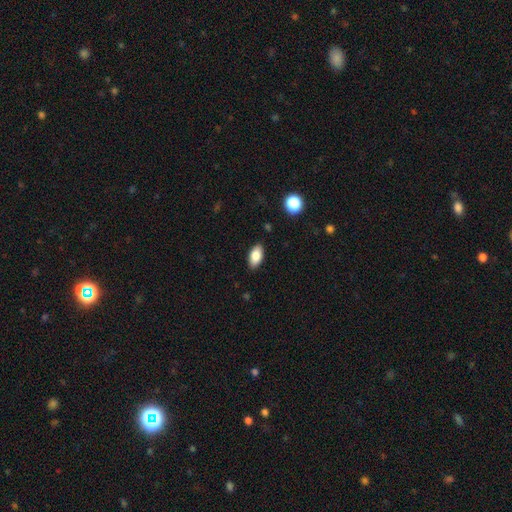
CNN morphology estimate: smooth-or-featured: smooth: 84% | featured or disk: 9% | star or artifact: 7%
  how-rounded: in between: 92% | cigar-shaped: 4% | round: 4%
  merging: none: 87% | minor disturbance: 9% | major disturbance: 2% | merger: 1%